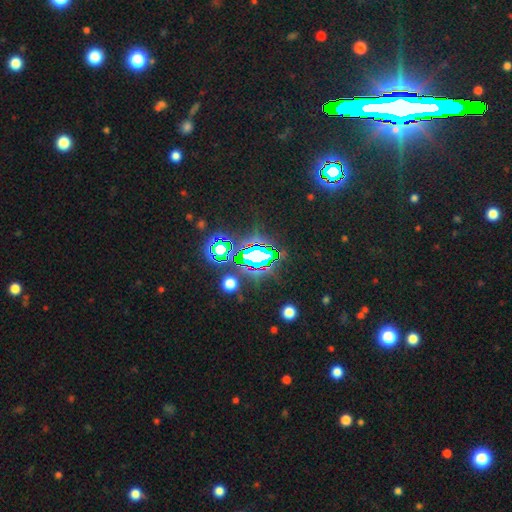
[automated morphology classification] A star or artifact, not a galaxy (77%).

Vote fractions:
- Smooth or featured? star or artifact: 77% / smooth: 13% / featured or disk: 10%